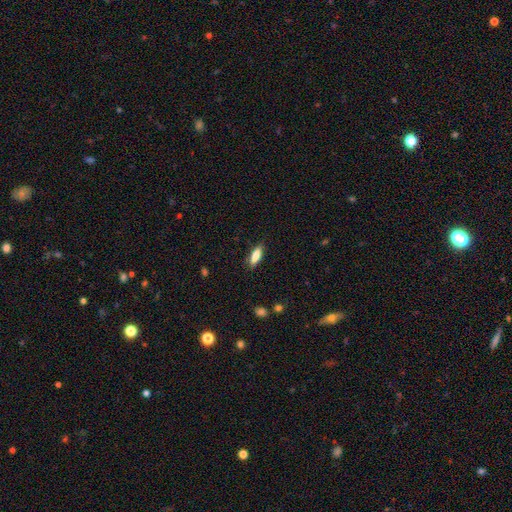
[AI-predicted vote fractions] smooth_or_featured: smooth (p=0.83) [alt: featured or disk p=0.10]
how_rounded: in between (p=0.58) [alt: cigar-shaped p=0.40]
merging: none (p=0.84) [alt: minor disturbance p=0.12]